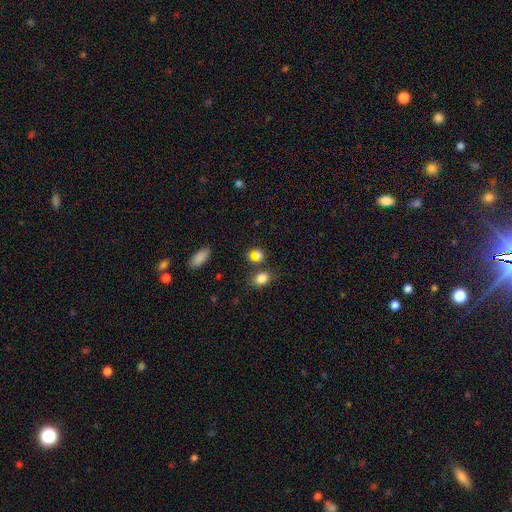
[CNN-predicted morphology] A smooth galaxy with no disk features (76%) that is round (57%). Merging: none (61%).